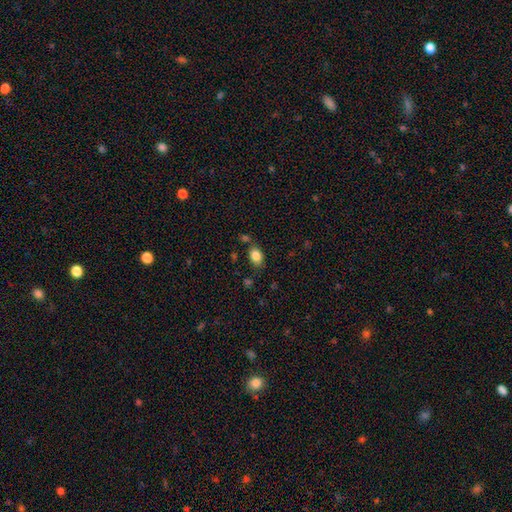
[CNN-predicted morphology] type=smooth (85%); roundness=in between (80%); merging=none (73%).